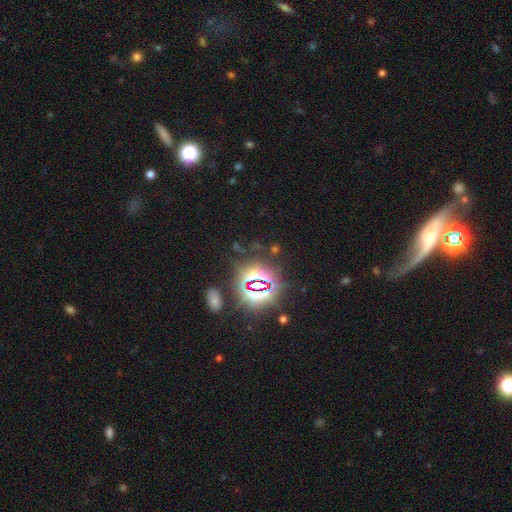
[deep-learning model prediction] smooth-or-featured: star or artifact: 70% | smooth: 17% | featured or disk: 13%